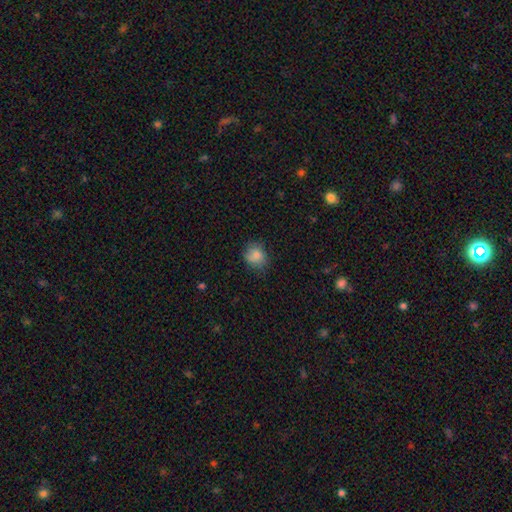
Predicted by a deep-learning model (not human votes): Overall: smooth (84%). How rounded: round (76%). Merging: none (74%).